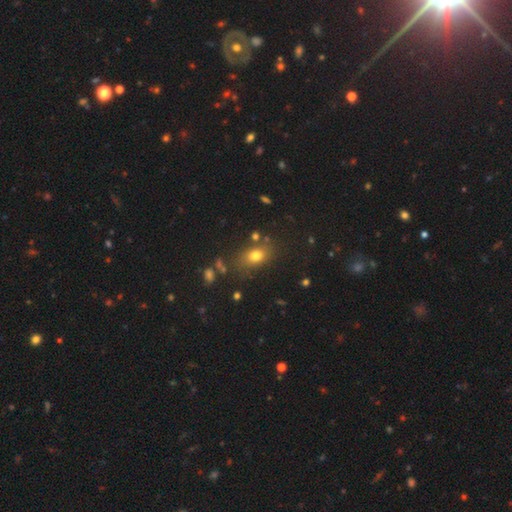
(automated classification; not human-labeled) A smooth galaxy with no disk features (74%) that is in between round and cigar-shaped (69%).

Vote fractions:
- Smooth or featured? smooth: 74% / star or artifact: 15% / featured or disk: 11%
- How rounded? in between: 69% / round: 28% / cigar-shaped: 3%
- Merging? none: 75% / minor disturbance: 14% / merger: 6% / major disturbance: 5%